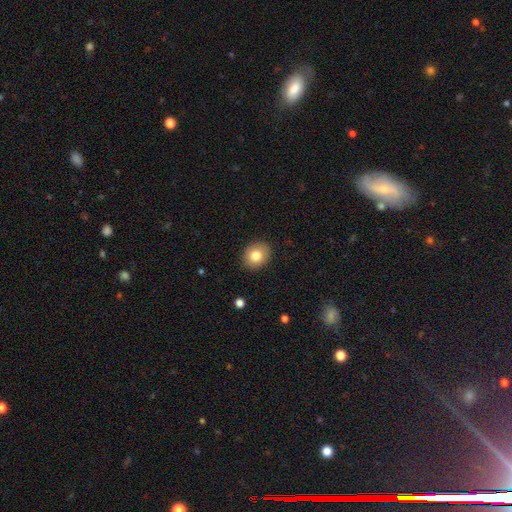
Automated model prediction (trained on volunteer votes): This is clearly a smooth galaxy (80%). How rounded: likely round (69%). Merging: clearly none (89%).